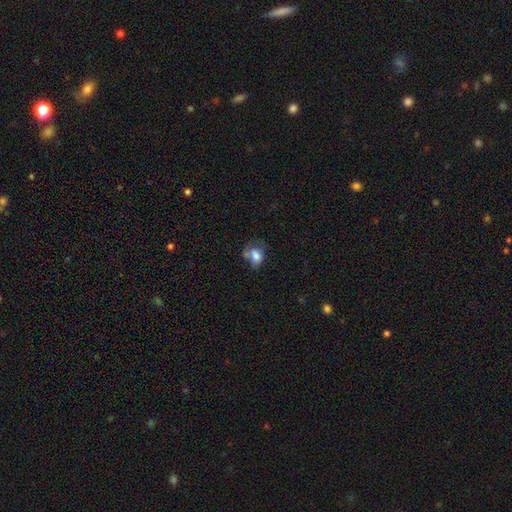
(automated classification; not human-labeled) Q: Smooth or featured?
A: smooth (71%); runner-up: featured or disk (19%)
Q: How rounded?
A: in between (68%); runner-up: round (30%)
Q: Merging?
A: none (29%); runner-up: merger (26%)